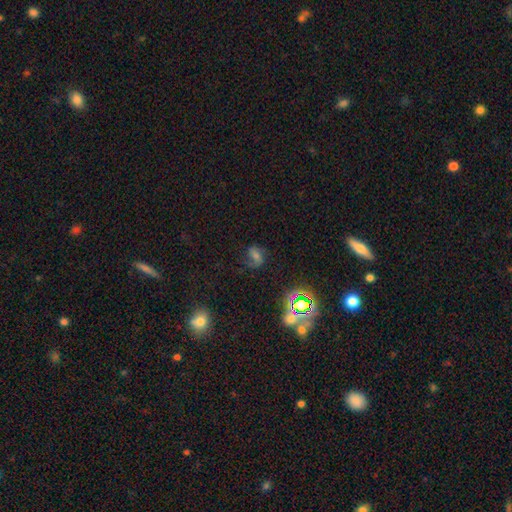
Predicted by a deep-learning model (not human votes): The model was most divided on "smooth or featured": smooth: 40%, featured or disk: 31%, star or artifact: 28%. More confident: merging — none (58%).